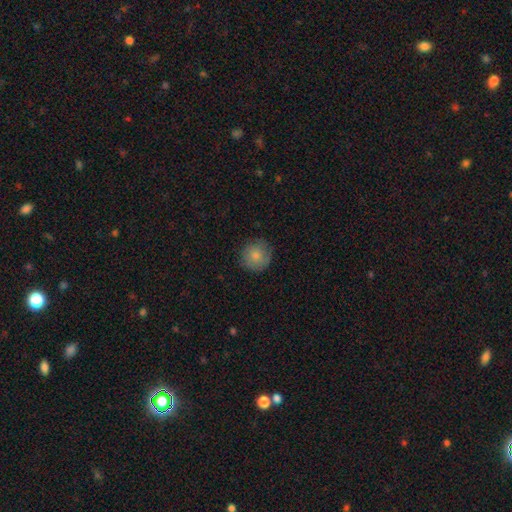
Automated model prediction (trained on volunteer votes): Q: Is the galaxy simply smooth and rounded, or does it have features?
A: smooth — 82%.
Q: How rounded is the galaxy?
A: round — 93%.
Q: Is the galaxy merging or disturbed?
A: none — 83%.